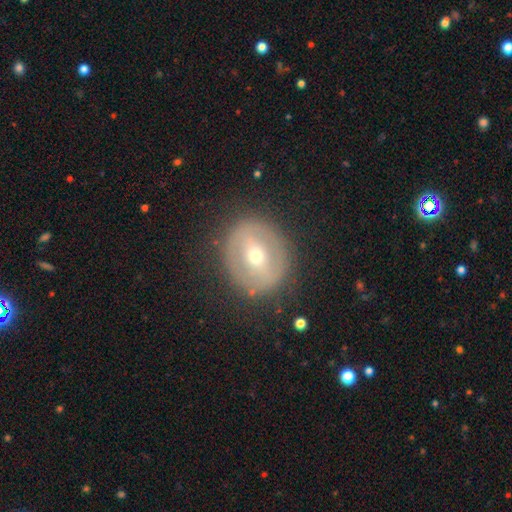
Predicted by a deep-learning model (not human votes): A featured or disk galaxy (57%) with a strong bar (36%), no spiral arms (79%) and a small central bulge (49%).

Vote fractions:
- Smooth or featured? featured or disk: 57% / smooth: 35% / star or artifact: 8%
- Edge-on disk? no: 93% / yes: 7%
- Bar? strong: 36% / weak: 34% / no: 30%
- Spiral arms? no: 79% / yes: 21%
- Bulge size? small: 49% / moderate: 47% / large: 2% / dominant: 1% / none: 1%
- Merging? none: 83% / minor disturbance: 11% / major disturbance: 5% / merger: 1%